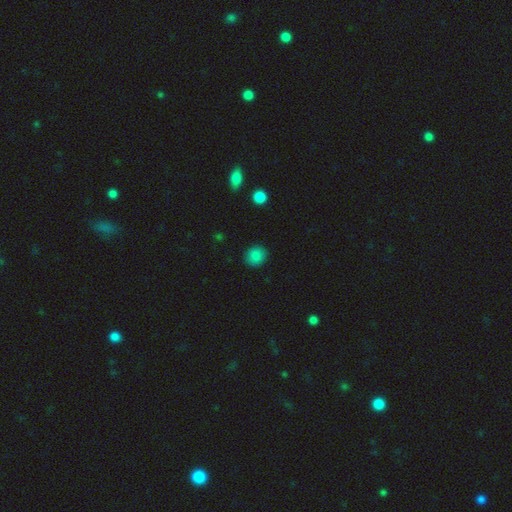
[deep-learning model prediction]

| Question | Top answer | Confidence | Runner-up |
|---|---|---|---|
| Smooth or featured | smooth | 85% | star or artifact (10%) |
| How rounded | round | 85% | in between (14%) |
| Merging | none | 90% | minor disturbance (7%) |